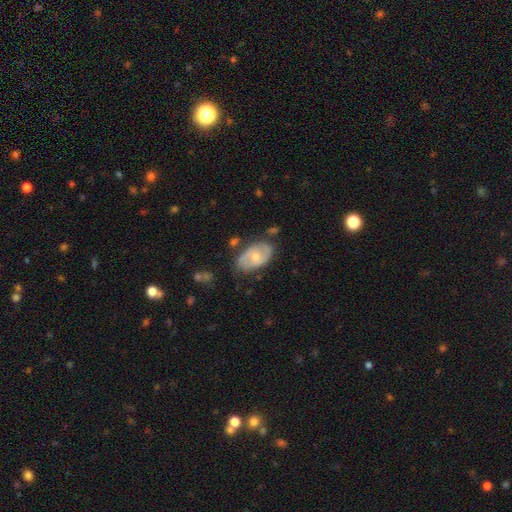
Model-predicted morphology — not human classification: Smooth or featured? Predicted: featured or disk (p=0.61). Edge-on disk? Predicted: no (p=0.95). Bar? Predicted: no (p=0.55). Spiral arms? Predicted: yes (p=0.74). Bulge size? Predicted: moderate (p=0.52). Merging? Predicted: none (p=0.71).